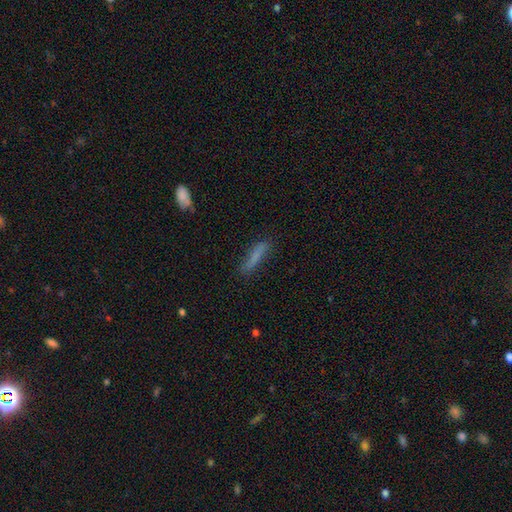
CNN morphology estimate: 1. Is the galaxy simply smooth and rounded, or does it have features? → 72% smooth, 20% featured or disk, 8% star or artifact.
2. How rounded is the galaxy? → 85% cigar-shaped, 13% in between, 2% round.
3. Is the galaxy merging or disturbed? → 76% none, 17% minor disturbance, 5% major disturbance, 2% merger.